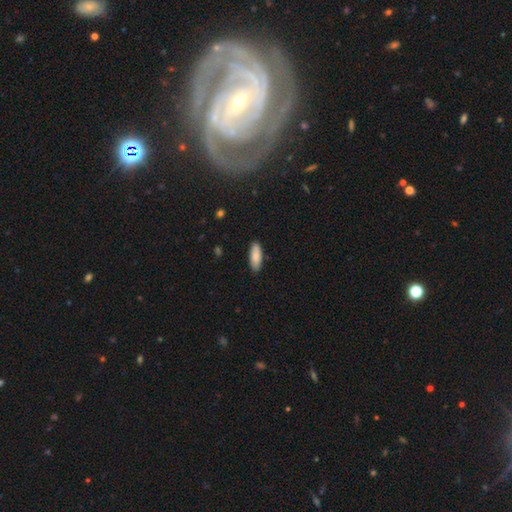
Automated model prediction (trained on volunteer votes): This appears to be a smooth galaxy with no disk features (85%) that is in between round and cigar-shaped (70%). Merging: none (88%).